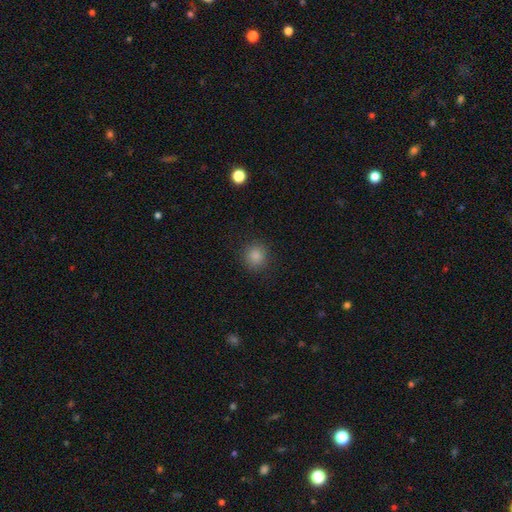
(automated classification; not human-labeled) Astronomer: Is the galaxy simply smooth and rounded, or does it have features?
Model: smooth — 85%.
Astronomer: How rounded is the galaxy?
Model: round — 89%.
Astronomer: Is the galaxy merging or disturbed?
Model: none — 89%.